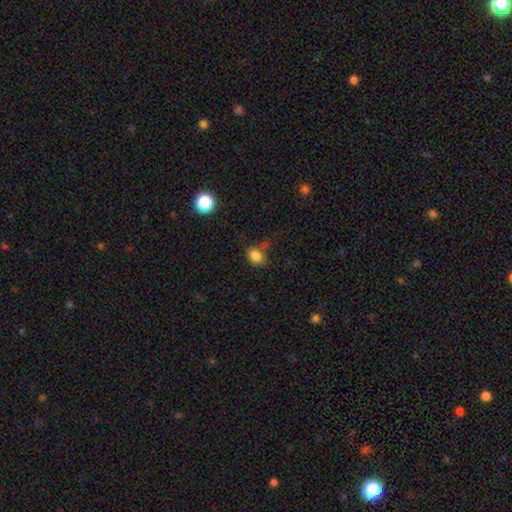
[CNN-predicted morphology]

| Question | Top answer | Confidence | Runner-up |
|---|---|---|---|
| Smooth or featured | smooth | 83% | star or artifact (12%) |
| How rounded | in between | 50% | round (49%) |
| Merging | none | 61% | minor disturbance (22%) |